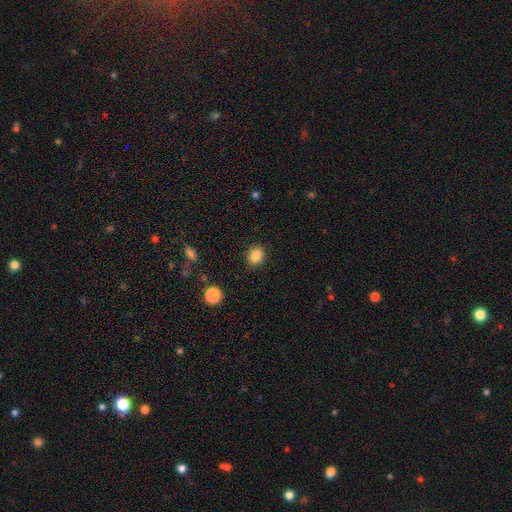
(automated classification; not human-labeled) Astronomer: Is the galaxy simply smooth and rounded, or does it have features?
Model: smooth — 86%.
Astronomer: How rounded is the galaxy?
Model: round — 56% (runner-up: in between, 43%).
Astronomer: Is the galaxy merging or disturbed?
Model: none — 89%.